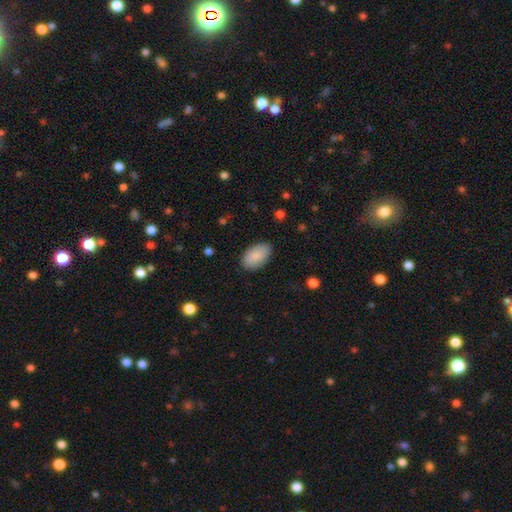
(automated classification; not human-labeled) smooth_or_featured: smooth (p=0.89) [alt: featured or disk p=0.06]
how_rounded: in between (p=0.95) [alt: round p=0.04]
merging: none (p=0.87) [alt: minor disturbance p=0.10]